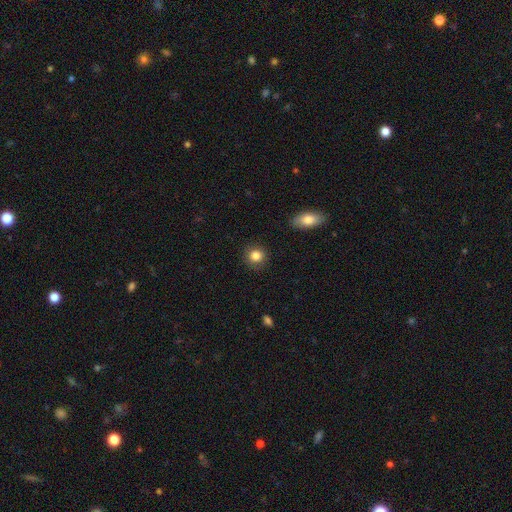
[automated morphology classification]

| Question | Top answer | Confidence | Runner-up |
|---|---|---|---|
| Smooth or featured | smooth | 85% | star or artifact (10%) |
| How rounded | round | 87% | in between (12%) |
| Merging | none | 89% | minor disturbance (8%) |